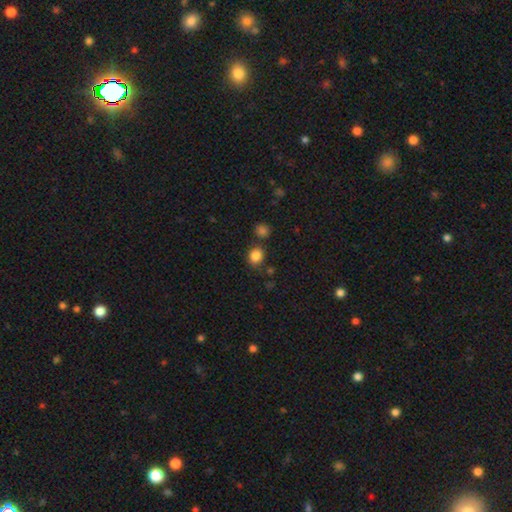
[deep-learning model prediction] Smooth or featured?
  - smooth: 85% *
  - star or artifact: 11%
  - featured or disk: 5%
How rounded?
  - round: 69% *
  - in between: 30%
  - cigar-shaped: 1%
Merging?
  - none: 76% *
  - minor disturbance: 11%
  - merger: 10%
  - major disturbance: 3%